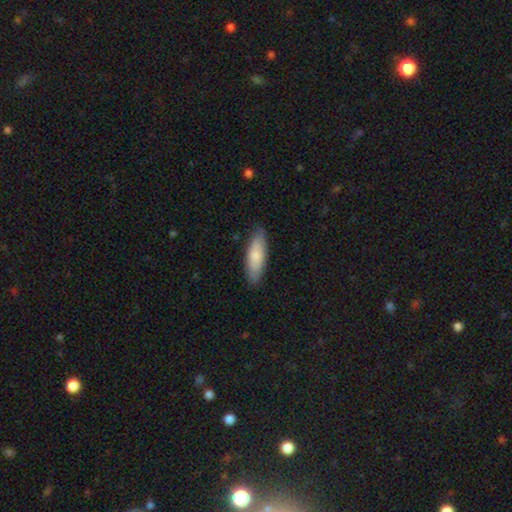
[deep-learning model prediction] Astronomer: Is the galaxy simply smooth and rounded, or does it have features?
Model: smooth — 78%.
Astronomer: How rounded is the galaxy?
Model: in between — 52% (runner-up: cigar-shaped, 46%).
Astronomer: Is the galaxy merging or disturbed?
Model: none — 86%.